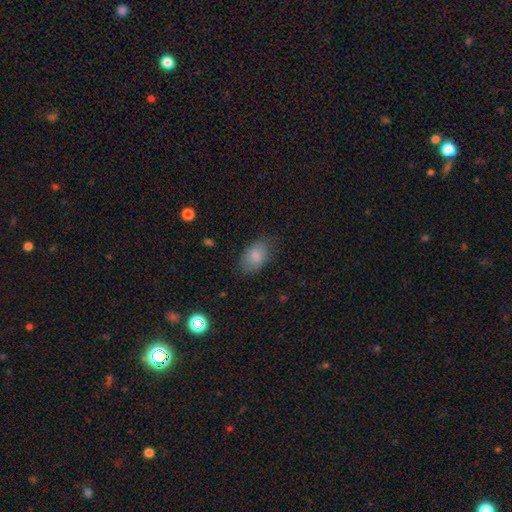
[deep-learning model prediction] smooth_or_featured: smooth (p=0.84) [alt: featured or disk p=0.08]
how_rounded: in between (p=0.89) [alt: round p=0.09]
merging: none (p=0.77) [alt: minor disturbance p=0.17]